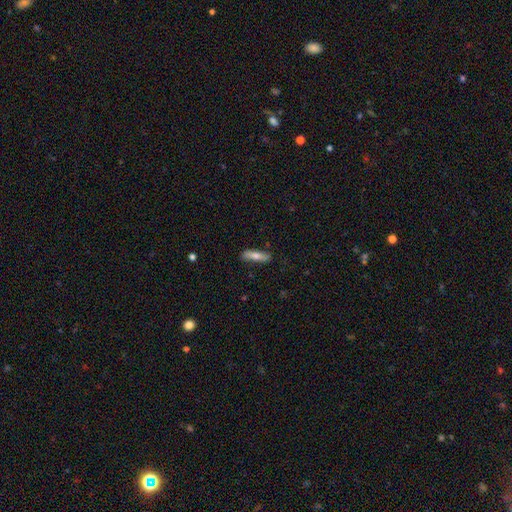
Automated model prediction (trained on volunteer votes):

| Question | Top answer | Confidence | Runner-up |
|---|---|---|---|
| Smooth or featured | smooth | 65% | featured or disk (29%) |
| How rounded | cigar-shaped | 67% | in between (30%) |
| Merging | none | 83% | minor disturbance (13%) |